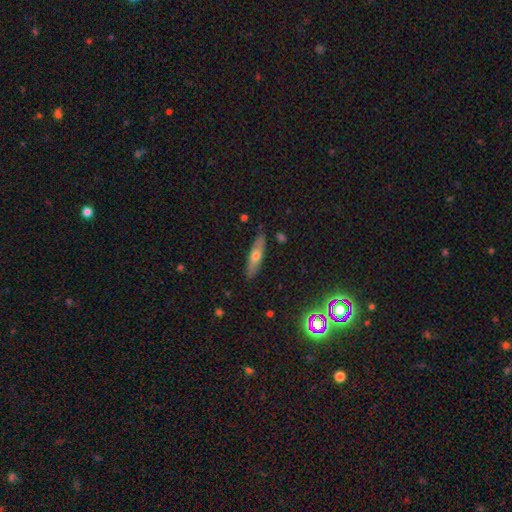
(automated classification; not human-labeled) Q: Smooth or featured?
A: smooth (48%); runner-up: featured or disk (42%)
Q: Merging?
A: none (86%); runner-up: minor disturbance (11%)